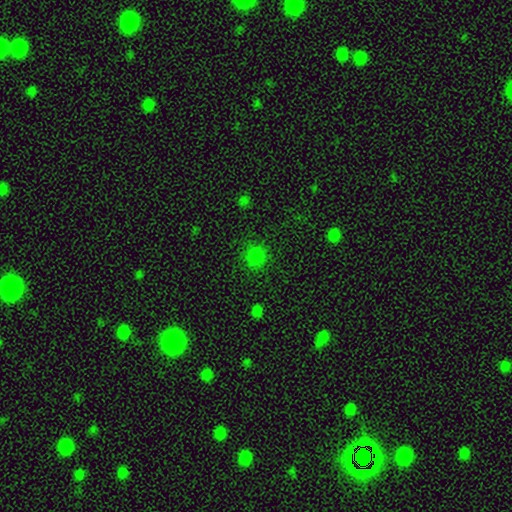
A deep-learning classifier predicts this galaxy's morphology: The model was most divided on "smooth or featured": smooth: 80%, star or artifact: 17%, featured or disk: 3%. More confident: how rounded — round (91%); merging — none (88%).